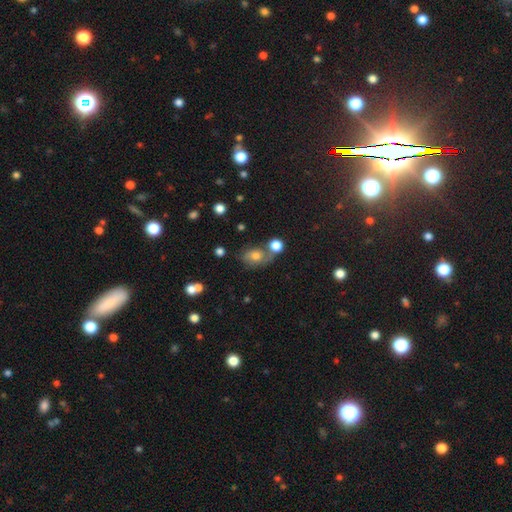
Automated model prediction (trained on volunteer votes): Smooth or featured? smooth (62%)
How rounded? in between (59%)
Merging? none (45%)